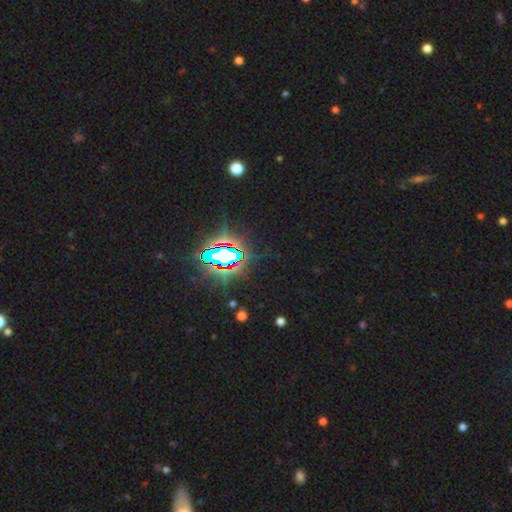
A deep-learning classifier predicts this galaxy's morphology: star or artifact 85%, smooth 8%, featured or disk 7%.